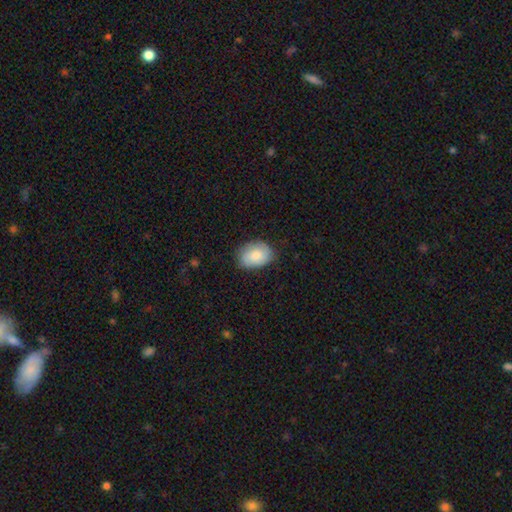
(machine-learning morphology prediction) A smooth galaxy with no disk features (75%) that is in between round and cigar-shaped (77%).

Vote fractions:
- Smooth or featured? smooth: 75% / featured or disk: 18% / star or artifact: 7%
- How rounded? in between: 77% / round: 22% / cigar-shaped: 1%
- Merging? none: 75% / minor disturbance: 20% / major disturbance: 4% / merger: 1%